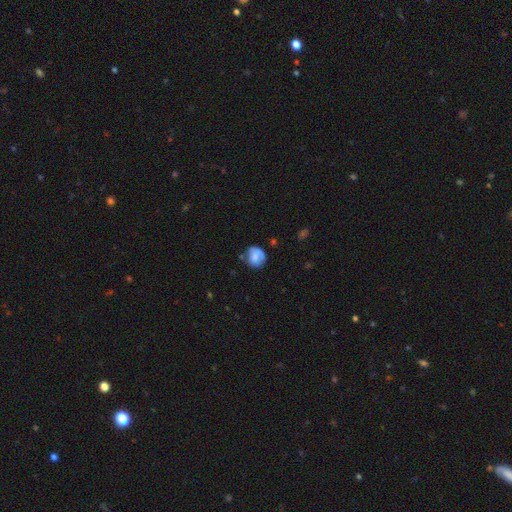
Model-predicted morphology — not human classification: Overall: smooth (60%; featured or disk 31%). How rounded: round (74%). Merging: none (53%; minor disturbance 26%).